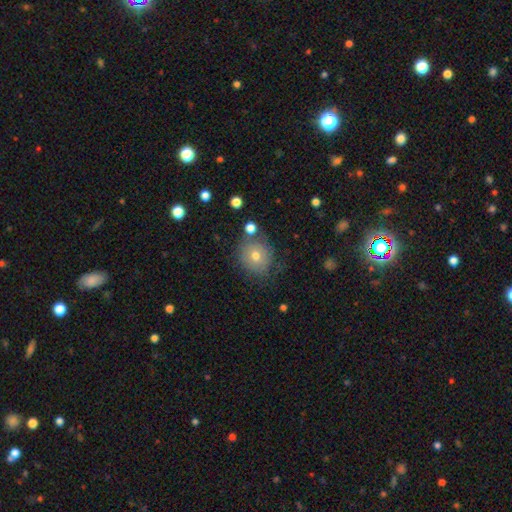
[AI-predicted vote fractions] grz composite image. It shows a smooth galaxy with no disk features (68%) that is round (84%). Merging: none (74%).